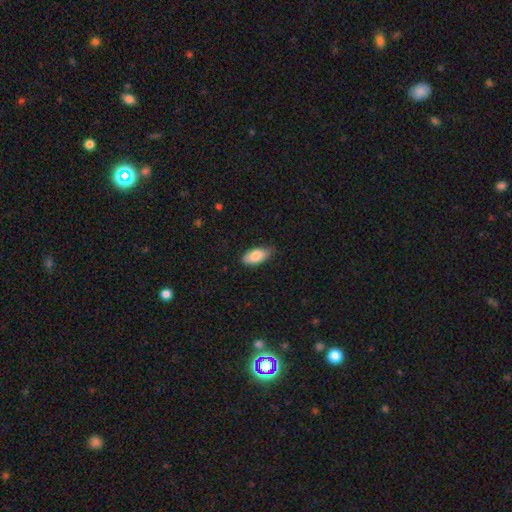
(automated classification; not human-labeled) A smooth galaxy with no disk features (85%) that is in between round and cigar-shaped (91%). Merging: none (72%).